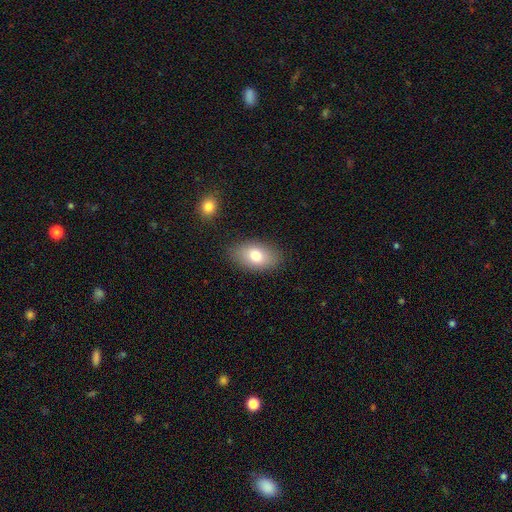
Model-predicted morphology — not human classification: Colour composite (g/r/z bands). It shows a smooth galaxy with no disk features (76%) that is in between round and cigar-shaped (90%). Merging: none (84%).